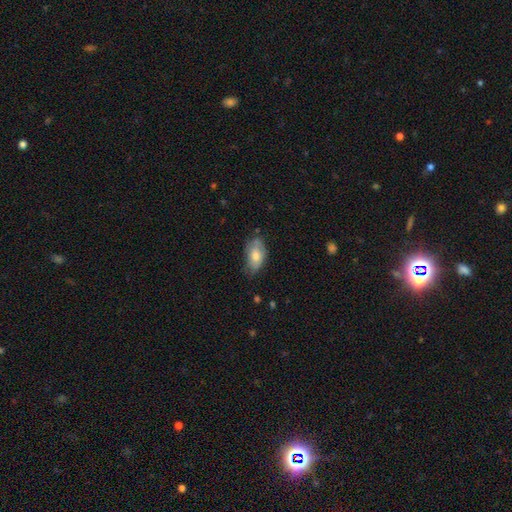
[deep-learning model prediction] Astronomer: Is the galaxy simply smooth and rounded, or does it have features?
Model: smooth — 73%.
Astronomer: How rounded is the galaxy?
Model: in between — 92%.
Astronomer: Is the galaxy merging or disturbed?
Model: none — 60%.